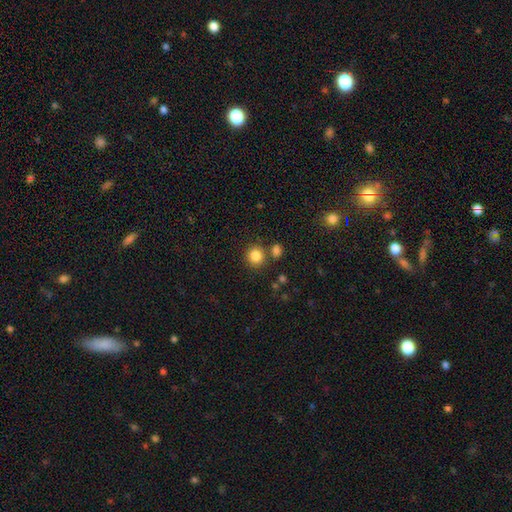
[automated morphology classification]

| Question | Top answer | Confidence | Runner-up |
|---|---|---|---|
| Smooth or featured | smooth | 84% | star or artifact (11%) |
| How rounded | round | 90% | in between (9%) |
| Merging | none | 77% | merger (12%) |